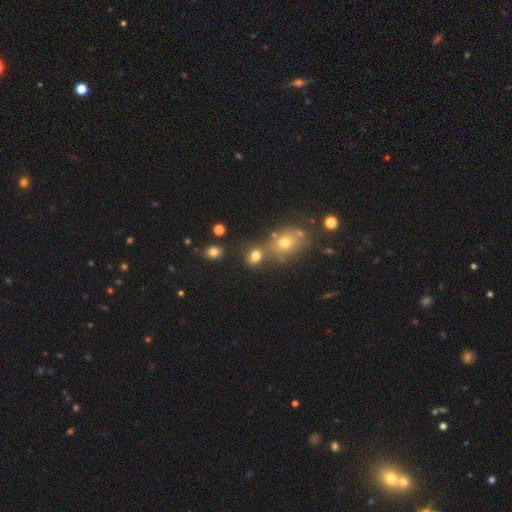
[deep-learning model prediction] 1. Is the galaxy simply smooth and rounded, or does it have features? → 72% smooth, 17% star or artifact, 10% featured or disk.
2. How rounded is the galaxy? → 52% in between, 46% round, 2% cigar-shaped.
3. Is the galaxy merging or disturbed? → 54% none, 28% merger, 12% minor disturbance, 6% major disturbance.